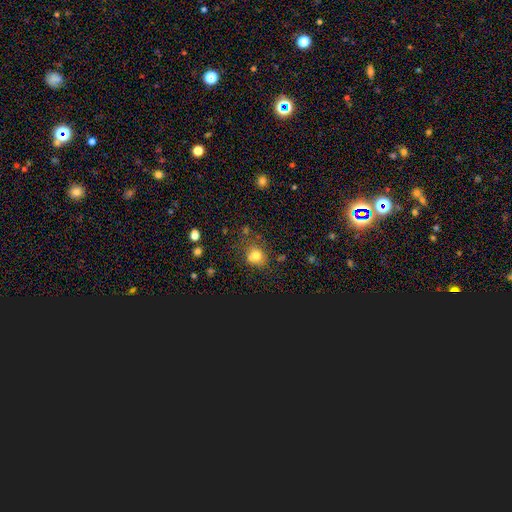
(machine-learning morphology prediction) smooth_or_featured: smooth (p=0.70) [alt: star or artifact p=0.18]
how_rounded: round (p=0.69) [alt: in between p=0.29]
merging: none (p=0.55) [alt: merger p=0.21]